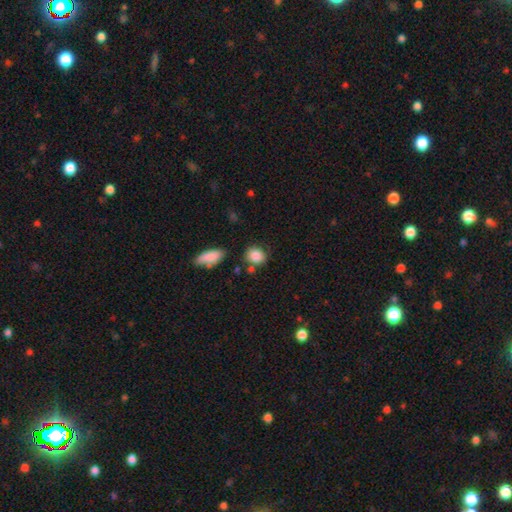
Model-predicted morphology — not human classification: Smooth or featured?
  - smooth: 85% *
  - star or artifact: 8%
  - featured or disk: 7%
How rounded?
  - round: 59% *
  - in between: 39%
  - cigar-shaped: 2%
Merging?
  - none: 70% *
  - minor disturbance: 16%
  - merger: 9%
  - major disturbance: 4%